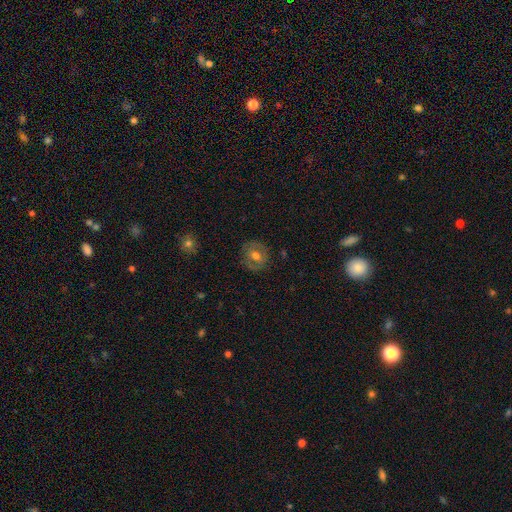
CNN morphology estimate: smooth 48%, featured or disk 44%, star or artifact 8%. Down the decision tree: merging — none (82%).